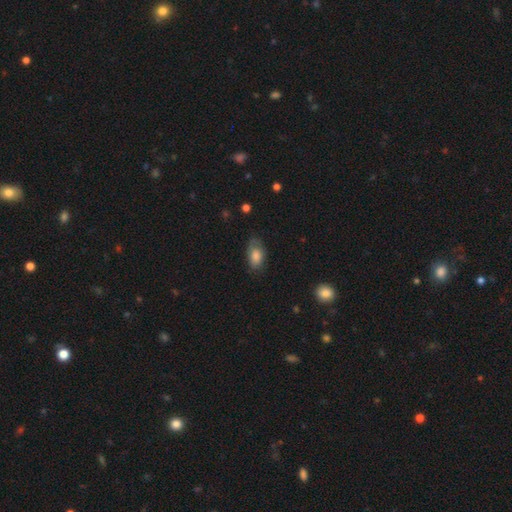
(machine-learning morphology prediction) Q: Smooth or featured?
A: smooth (78%); runner-up: featured or disk (14%)
Q: How rounded?
A: in between (90%); runner-up: round (7%)
Q: Merging?
A: none (59%); runner-up: minor disturbance (30%)